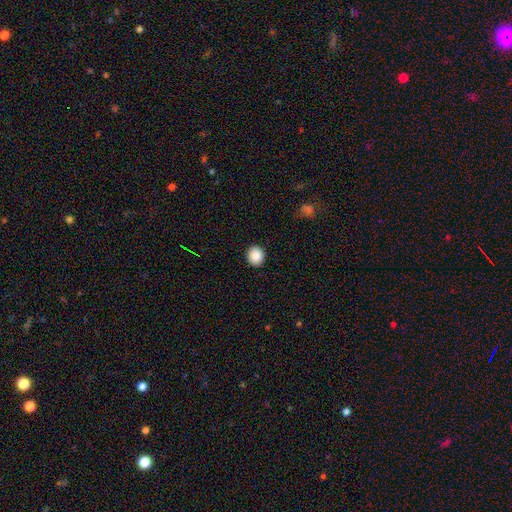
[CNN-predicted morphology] This is clearly a smooth galaxy (88%). How rounded: clearly round (82%). Merging: clearly none (91%).